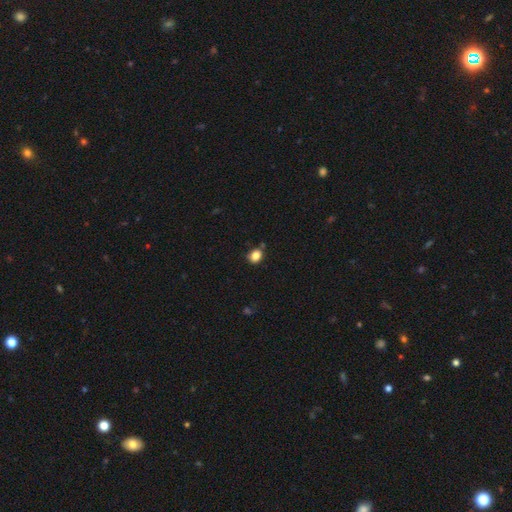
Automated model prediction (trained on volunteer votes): Smooth or featured: smooth — 84% (star or artifact — 11%)
How rounded: round — 58% (in between — 41%)
Merging: none — 75% (minor disturbance — 16%)